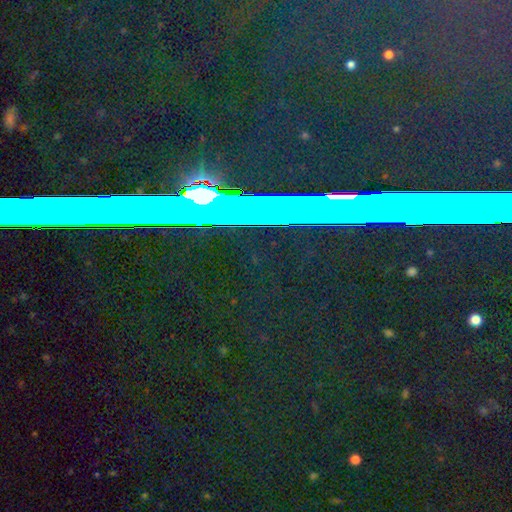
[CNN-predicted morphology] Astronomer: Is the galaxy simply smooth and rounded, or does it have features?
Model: star or artifact — 81%.